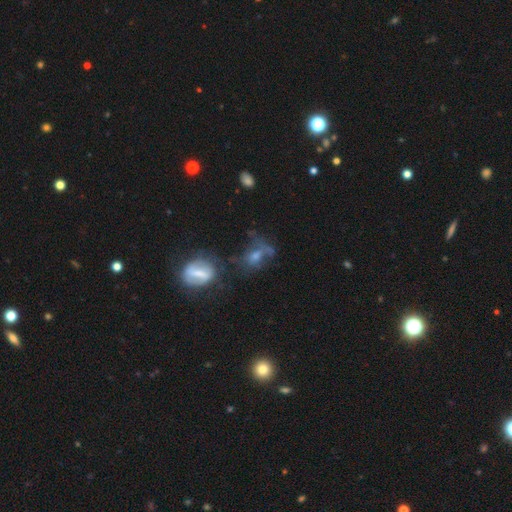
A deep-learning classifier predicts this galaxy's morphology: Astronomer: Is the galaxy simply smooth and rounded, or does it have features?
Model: featured or disk — 44% (runner-up: smooth, 33%).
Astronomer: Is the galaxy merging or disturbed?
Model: none — 41% (runner-up: major disturbance, 26%).